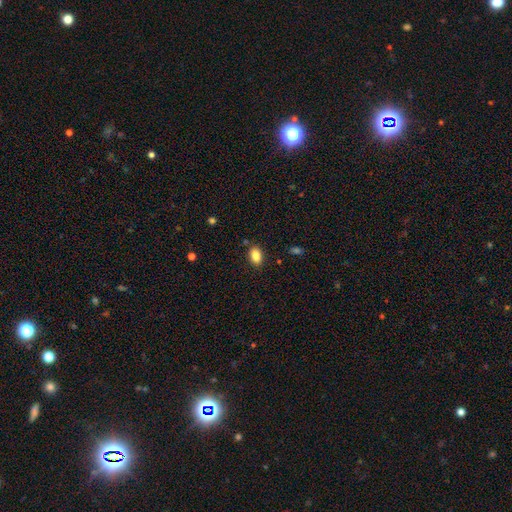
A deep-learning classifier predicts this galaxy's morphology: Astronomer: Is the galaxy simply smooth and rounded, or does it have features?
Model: smooth — 86%.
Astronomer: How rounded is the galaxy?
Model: in between — 87%.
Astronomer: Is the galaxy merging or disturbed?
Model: none — 85%.